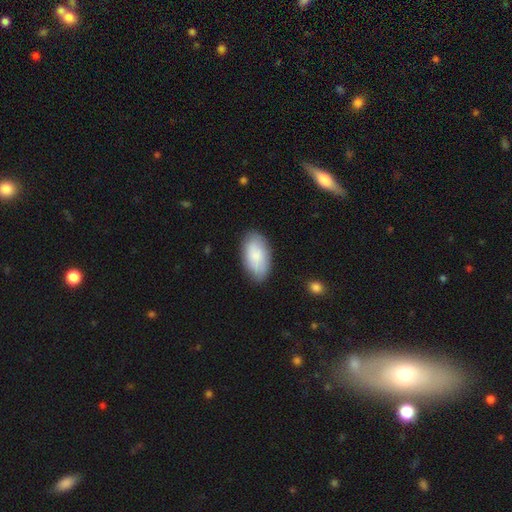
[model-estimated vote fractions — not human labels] smooth_or_featured: smooth (p=0.84) [alt: featured or disk p=0.10]
how_rounded: in between (p=0.95) [alt: round p=0.03]
merging: none (p=0.84) [alt: minor disturbance p=0.12]